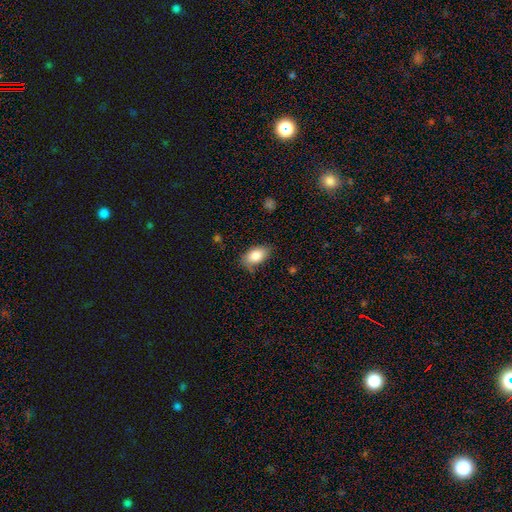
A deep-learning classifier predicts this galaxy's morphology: smooth 85%, featured or disk 8%, star or artifact 7%. Down the decision tree: how rounded — in between (91%); merging — none (72%).